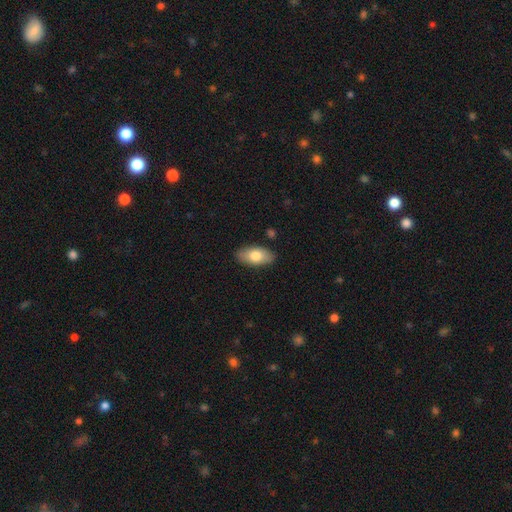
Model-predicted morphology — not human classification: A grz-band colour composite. It shows a smooth galaxy with no disk features (76%) that is in between round and cigar-shaped (92%). Merging: none (87%).